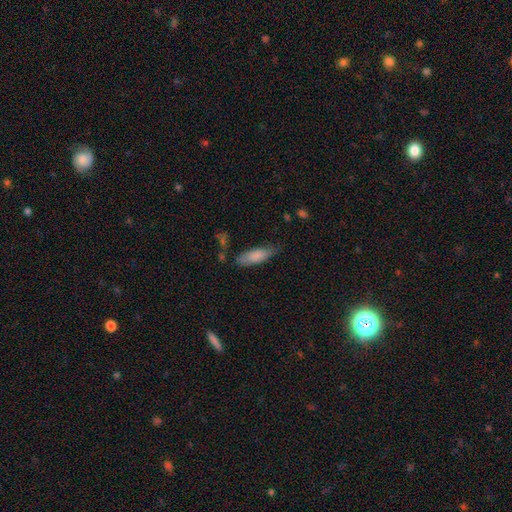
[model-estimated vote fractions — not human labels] smooth_or_featured: smooth (p=0.83) [alt: featured or disk p=0.11]
how_rounded: in between (p=0.63) [alt: cigar-shaped p=0.35]
merging: none (p=0.61) [alt: minor disturbance p=0.29]